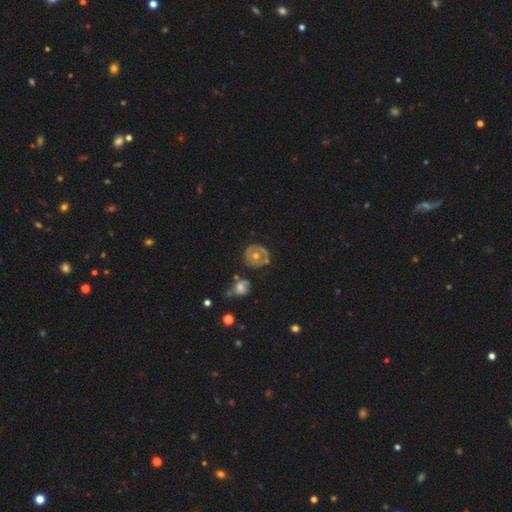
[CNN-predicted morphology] This appears to be a featured or disk galaxy (56%) with no bar (88%), no spiral arms (68%) and a moderate central bulge (68%). Merging: none (65%).